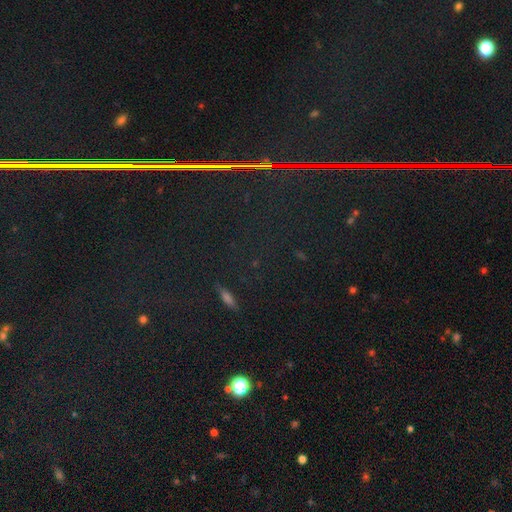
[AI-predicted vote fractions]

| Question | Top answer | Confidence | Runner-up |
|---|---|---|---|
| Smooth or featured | star or artifact | 82% | smooth (10%) |